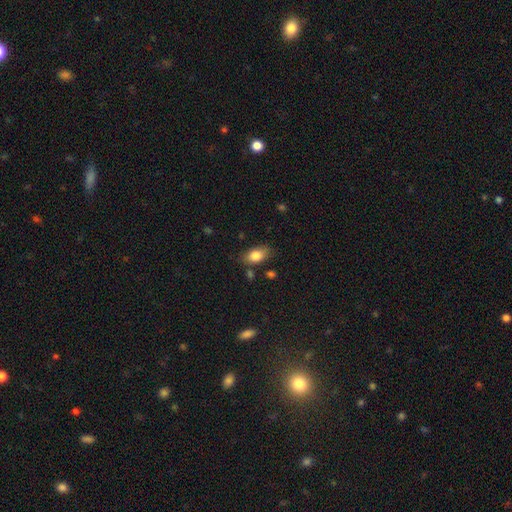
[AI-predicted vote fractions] smooth_or_featured: smooth (p=0.83) [alt: featured or disk p=0.10]
how_rounded: in between (p=0.89) [alt: round p=0.07]
merging: none (p=0.76) [alt: minor disturbance p=0.17]